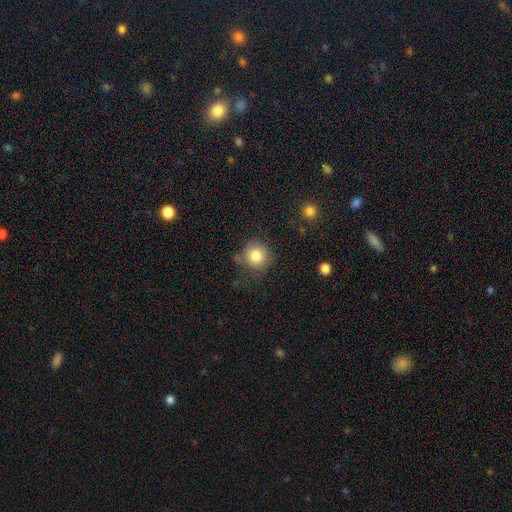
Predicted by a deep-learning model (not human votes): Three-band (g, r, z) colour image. It shows a smooth galaxy with no disk features (81%) that is round (91%). Merging: none (72%).